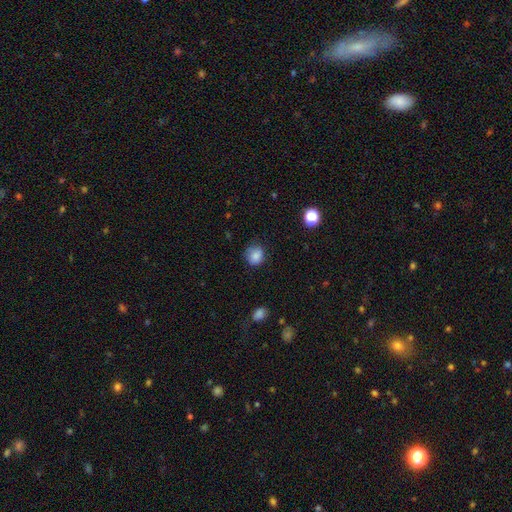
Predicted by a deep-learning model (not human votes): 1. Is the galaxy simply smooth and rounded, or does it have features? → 85% smooth, 10% star or artifact, 5% featured or disk.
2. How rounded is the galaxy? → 79% round, 20% in between, 1% cigar-shaped.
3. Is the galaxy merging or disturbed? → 75% none, 19% minor disturbance, 5% major disturbance, 1% merger.